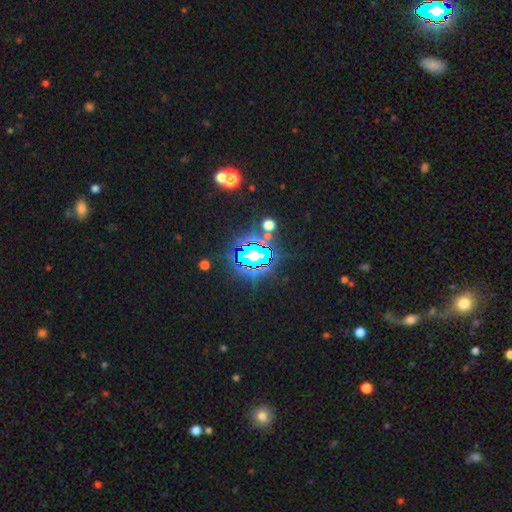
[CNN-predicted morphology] Smooth or featured?
  - star or artifact: 70% *
  - smooth: 17%
  - featured or disk: 13%